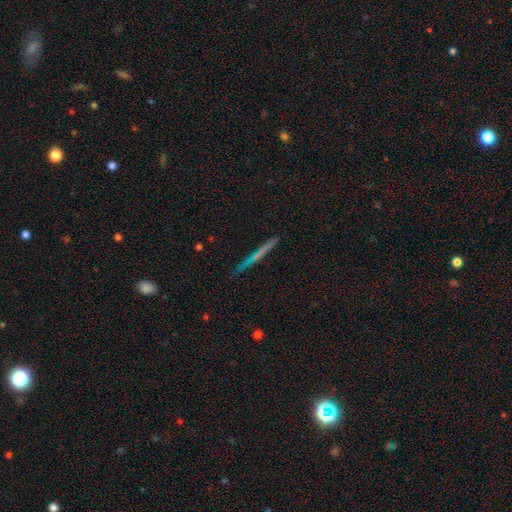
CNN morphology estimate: A featured or disk galaxy (60%) viewed edge-on (97%) with no central bulge (60%). Merging: none (89%).